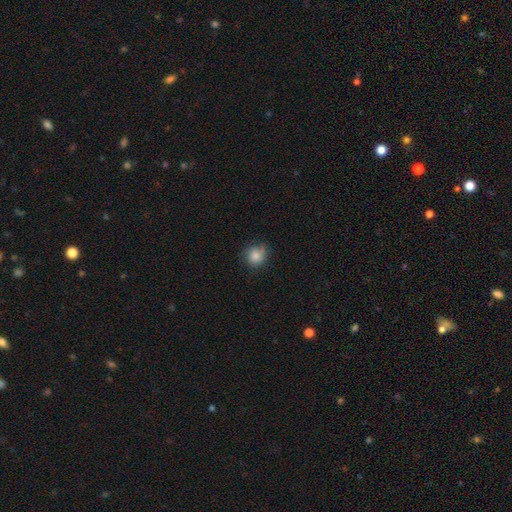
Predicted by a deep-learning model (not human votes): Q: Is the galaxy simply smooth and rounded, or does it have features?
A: smooth — 82%.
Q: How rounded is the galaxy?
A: round — 82%.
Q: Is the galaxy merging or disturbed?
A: none — 65%.